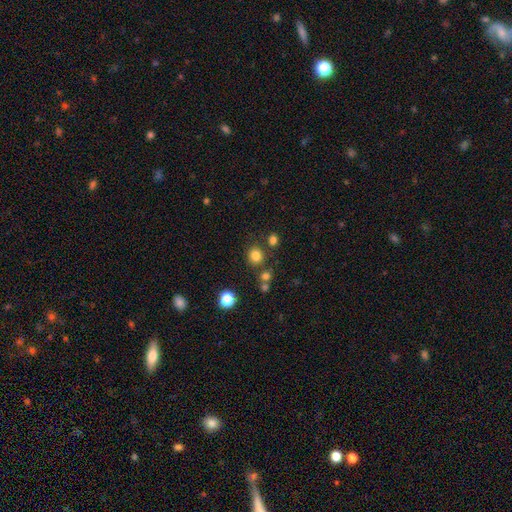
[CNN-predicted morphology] A smooth galaxy with no disk features (79%) that is round (87%).

Vote fractions:
- Smooth or featured? smooth: 79% / star or artifact: 16% / featured or disk: 6%
- How rounded? round: 87% / in between: 12% / cigar-shaped: 1%
- Merging? none: 80% / merger: 8% / minor disturbance: 8% / major disturbance: 3%